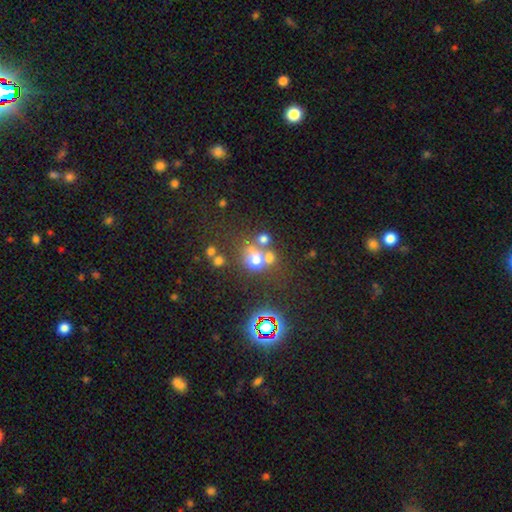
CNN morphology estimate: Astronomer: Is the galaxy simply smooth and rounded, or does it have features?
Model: smooth — 54% (runner-up: star or artifact, 29%).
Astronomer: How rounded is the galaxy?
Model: round — 75%.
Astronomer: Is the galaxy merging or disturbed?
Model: none — 49% (runner-up: merger, 34%).